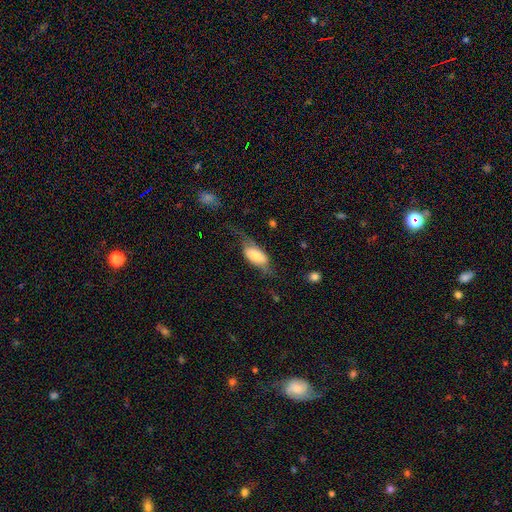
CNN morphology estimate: This is possibly a smooth galaxy (52%). How rounded: clearly in between (86%). Merging: marginally none (36%).